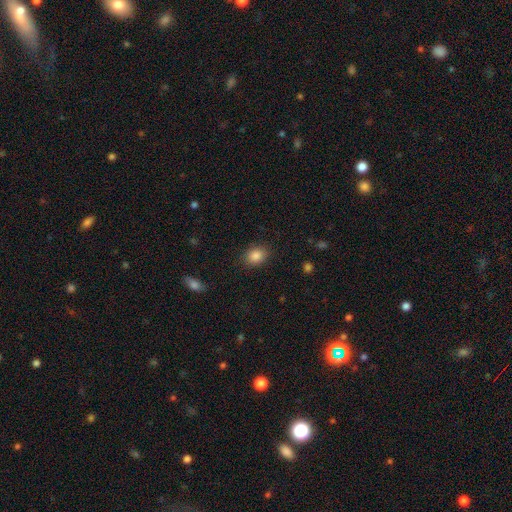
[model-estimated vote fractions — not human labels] Smooth or featured? Predicted: smooth (p=0.86). How rounded? Predicted: in between (p=0.57). Merging? Predicted: none (p=0.86).